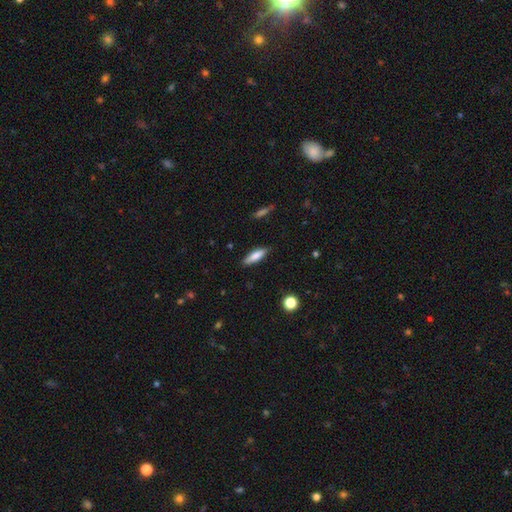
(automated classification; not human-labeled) Smooth or featured?
  - smooth: 78% *
  - featured or disk: 15%
  - star or artifact: 7%
How rounded?
  - cigar-shaped: 59% *
  - in between: 39%
  - round: 2%
Merging?
  - none: 85% *
  - minor disturbance: 11%
  - major disturbance: 2%
  - merger: 1%